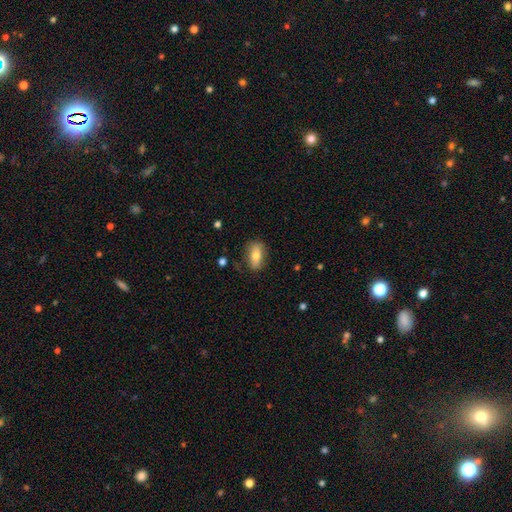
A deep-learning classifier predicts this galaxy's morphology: The model was most divided on "smooth or featured": smooth: 72%, featured or disk: 21%, star or artifact: 7%. More confident: how rounded — in between (84%); merging — none (80%).